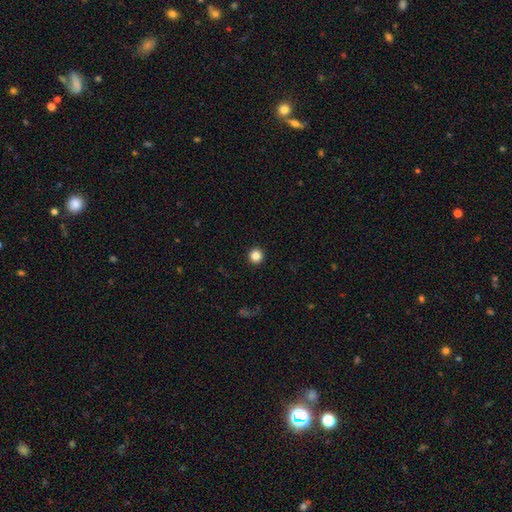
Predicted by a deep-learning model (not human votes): smooth 86%, star or artifact 11%, featured or disk 4%. Down the decision tree: how rounded — round (96%); merging — none (93%).